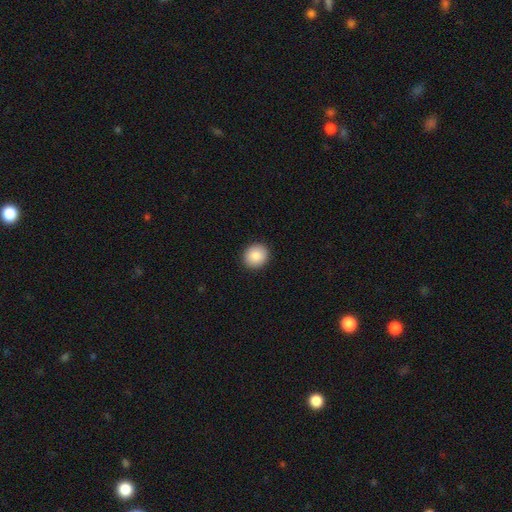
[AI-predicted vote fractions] smooth-or-featured: smooth: 87% | star or artifact: 7% | featured or disk: 5%
  how-rounded: round: 84% | in between: 15% | cigar-shaped: 1%
  merging: none: 92% | minor disturbance: 5% | major disturbance: 2% | merger: 1%